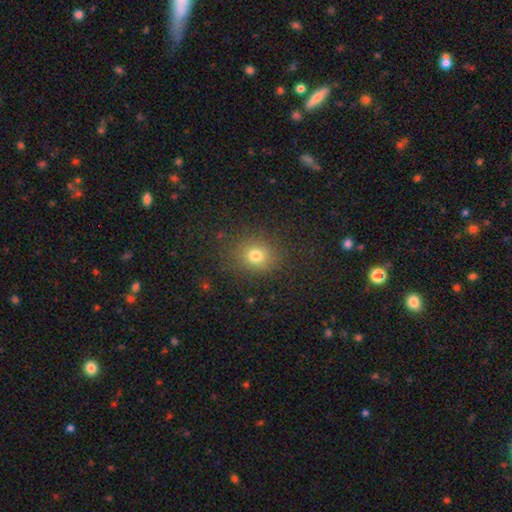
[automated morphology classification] Overall: smooth (75%). How rounded: round (70%). Merging: none (84%).